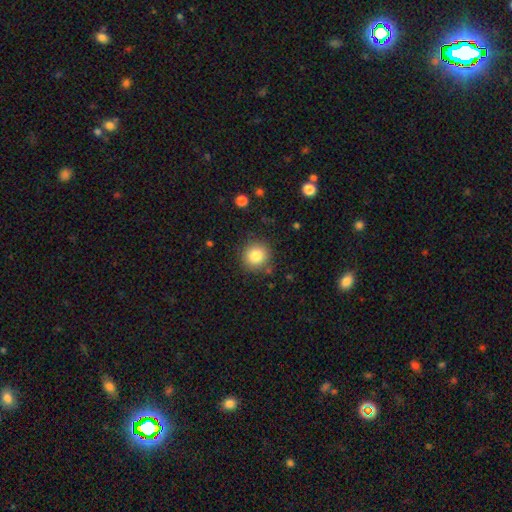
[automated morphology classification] smooth-or-featured: smooth: 82% | star or artifact: 11% | featured or disk: 7%
  how-rounded: round: 93% | in between: 6% | cigar-shaped: 1%
  merging: none: 86% | minor disturbance: 9% | major disturbance: 3% | merger: 2%